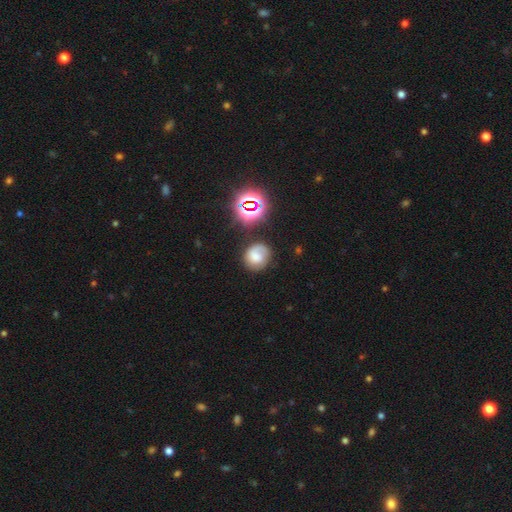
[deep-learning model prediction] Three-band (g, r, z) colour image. It shows a smooth galaxy with no disk features (52%) that is round (78%). Merging: none (66%).